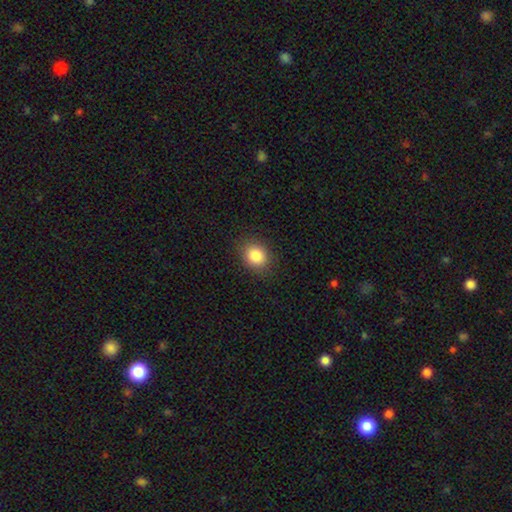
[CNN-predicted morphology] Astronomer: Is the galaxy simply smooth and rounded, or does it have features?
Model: smooth — 86%.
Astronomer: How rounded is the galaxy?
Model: round — 57% (runner-up: in between, 42%).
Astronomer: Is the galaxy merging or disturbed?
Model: none — 87%.